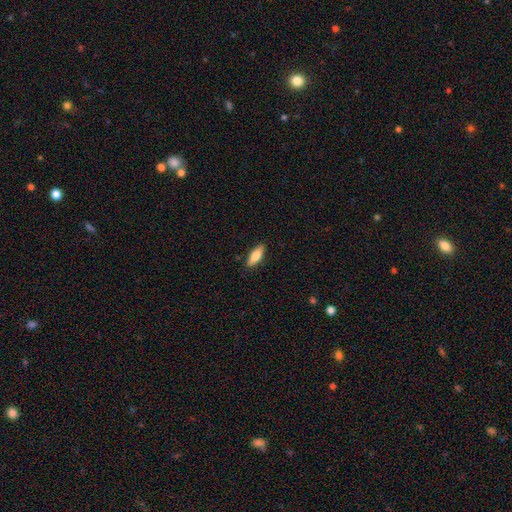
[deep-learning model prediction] Q: Smooth or featured?
A: smooth (72%); runner-up: featured or disk (22%)
Q: How rounded?
A: in between (61%); runner-up: cigar-shaped (37%)
Q: Merging?
A: none (88%); runner-up: minor disturbance (9%)